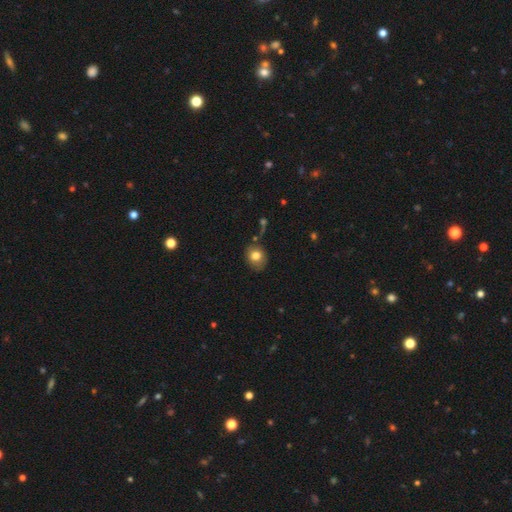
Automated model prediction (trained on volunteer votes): A smooth galaxy with no disk features (78%) that is round (62%). Merging: none (74%).